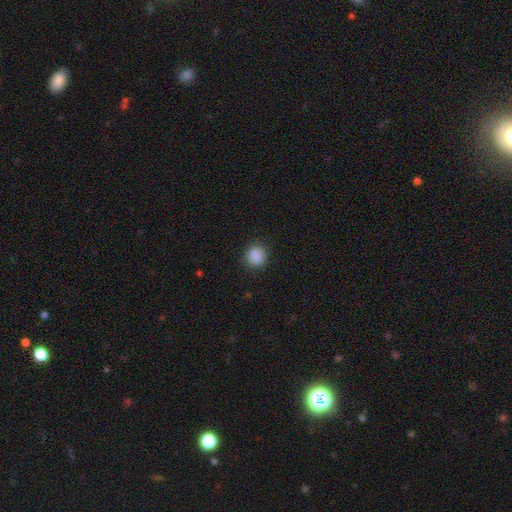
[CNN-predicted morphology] Smooth or featured: smooth — 88% (star or artifact — 9%)
How rounded: round — 85% (in between — 14%)
Merging: none — 87% (minor disturbance — 9%)